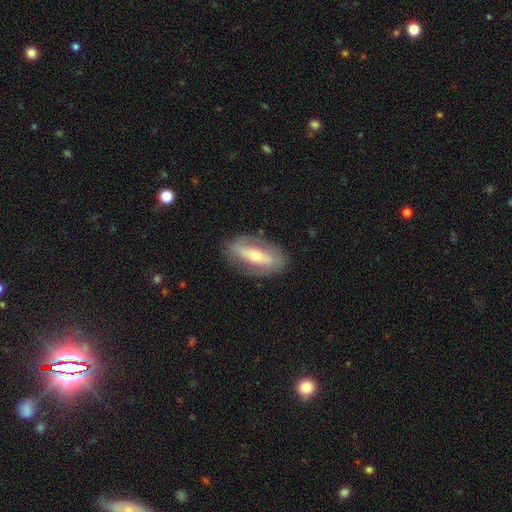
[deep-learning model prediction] featured or disk 62%, smooth 32%, star or artifact 6%. Down the decision tree: edge-on disk — no (77%); merging — none (80%).